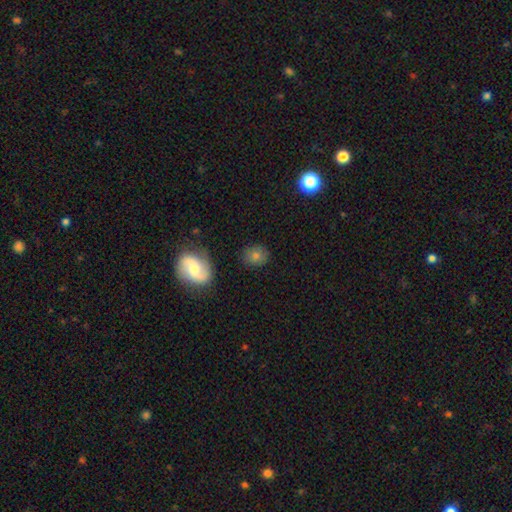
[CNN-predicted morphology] Smooth or featured? Predicted: smooth (p=0.67). How rounded? Predicted: round (p=0.74). Merging? Predicted: none (p=0.84).